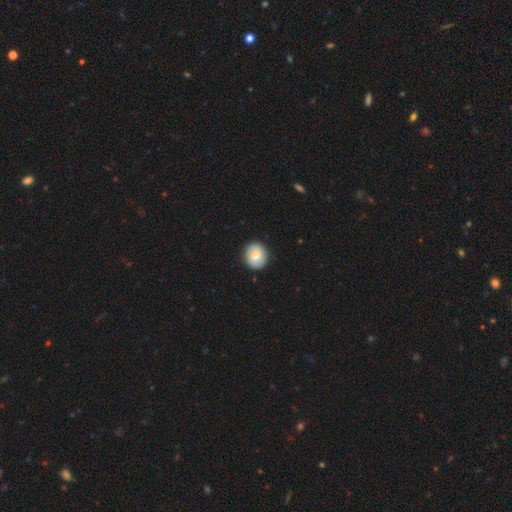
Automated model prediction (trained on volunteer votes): smooth 77%, featured or disk 16%, star or artifact 7%. Down the decision tree: how rounded — round (81%); merging — none (90%).